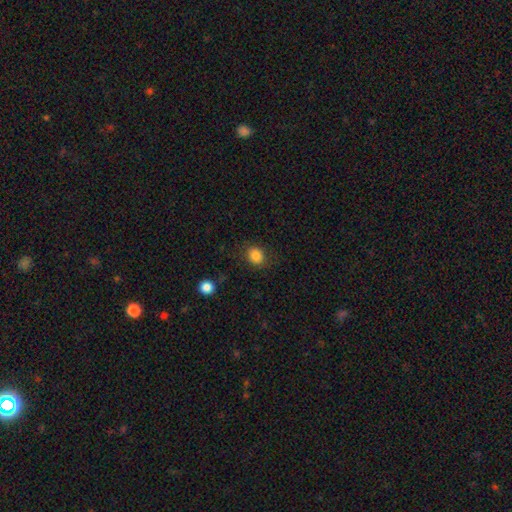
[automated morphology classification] type=smooth (85%); roundness=round (65%); merging=none (83%).